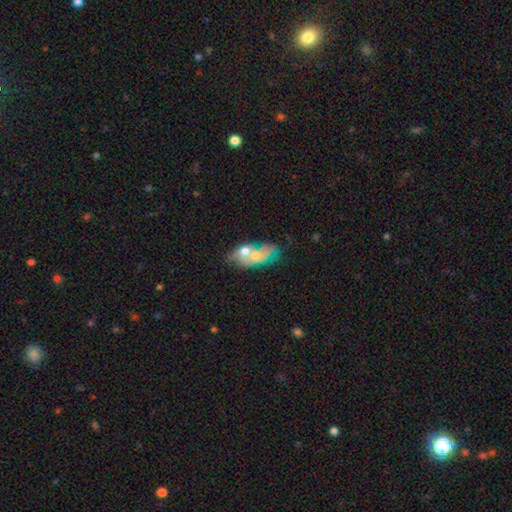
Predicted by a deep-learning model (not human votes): A featured or disk galaxy (56%) with no bar (82%), no spiral arms (56%) and a moderate central bulge (52%). Merging: merger (40%).